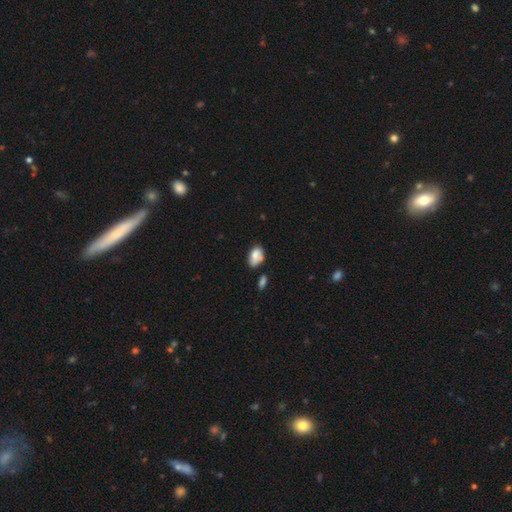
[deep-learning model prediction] Smooth or featured?
  - smooth: 75% *
  - featured or disk: 17%
  - star or artifact: 9%
How rounded?
  - in between: 87% *
  - round: 11%
  - cigar-shaped: 2%
Merging?
  - none: 48% *
  - minor disturbance: 28%
  - merger: 16%
  - major disturbance: 7%